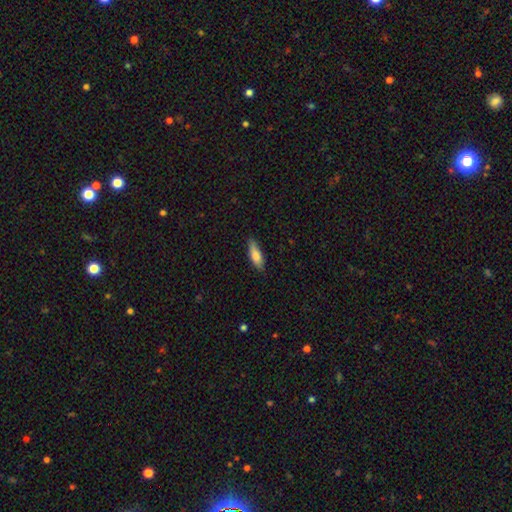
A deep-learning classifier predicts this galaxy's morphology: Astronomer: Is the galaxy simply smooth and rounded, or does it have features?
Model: smooth — 80%.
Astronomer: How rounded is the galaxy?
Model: in between — 50% (runner-up: cigar-shaped, 48%).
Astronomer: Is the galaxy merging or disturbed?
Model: none — 80%.